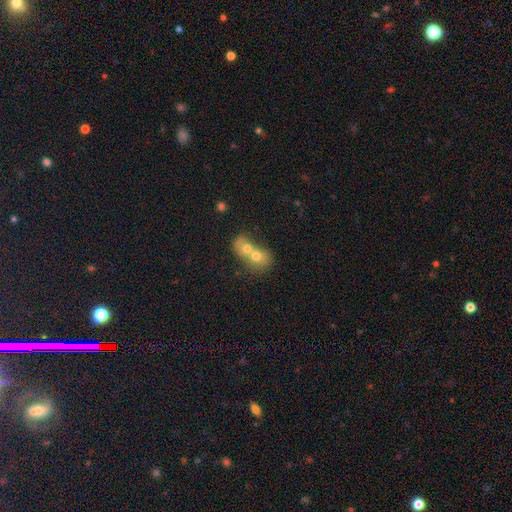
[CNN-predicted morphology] Smooth or featured?
  - smooth: 57% *
  - featured or disk: 27%
  - star or artifact: 16%
How rounded?
  - round: 52% *
  - in between: 45%
  - cigar-shaped: 3%
Merging?
  - merger: 73% *
  - none: 18%
  - minor disturbance: 5%
  - major disturbance: 3%